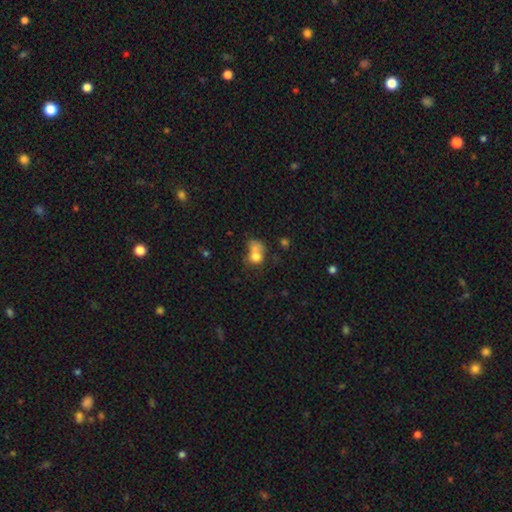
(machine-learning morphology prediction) This appears to be a smooth galaxy with no disk features (71%) that is round (54%). Merging: merger (49%).